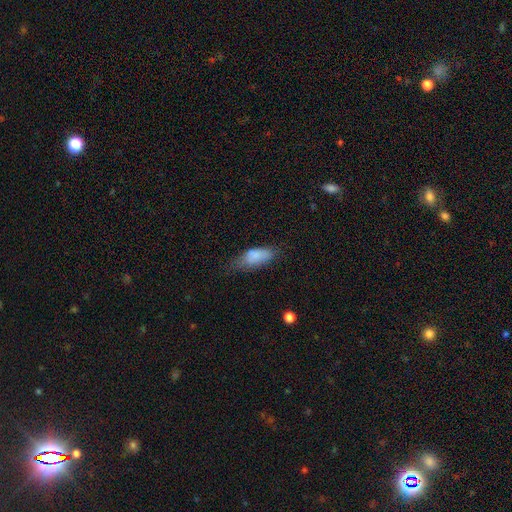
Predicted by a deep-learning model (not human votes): smooth_or_featured: smooth (p=0.80) [alt: featured or disk p=0.12]
how_rounded: in between (p=0.81) [alt: cigar-shaped p=0.17]
merging: none (p=0.45) [alt: minor disturbance p=0.36]